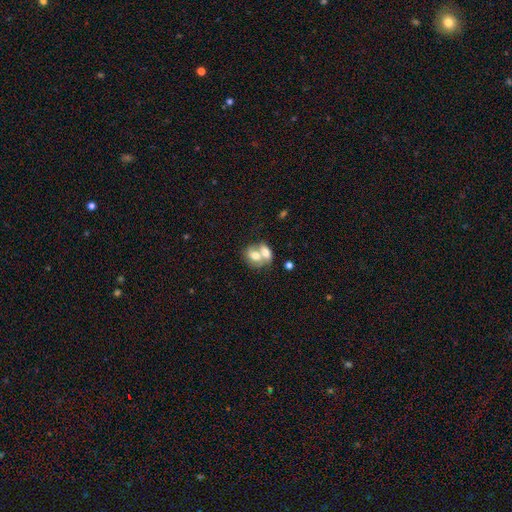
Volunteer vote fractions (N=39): Smooth or featured?
  - smooth: 62% *
  - featured or disk: 33%
  - star or artifact: 5%
How rounded?
  - in between: 58% *
  - round: 38%
  - cigar-shaped: 4%
Merging?
  - merger: 70% *
  - none: 24%
  - minor disturbance: 3%
  - major disturbance: 3%